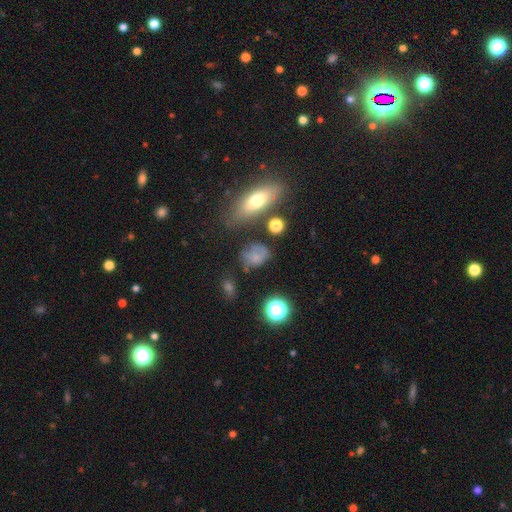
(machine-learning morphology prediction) The model was most divided on "how rounded": in between: 50%, round: 48%, cigar-shaped: 2%. More confident: smooth or featured — smooth (63%); merging — none (53%).